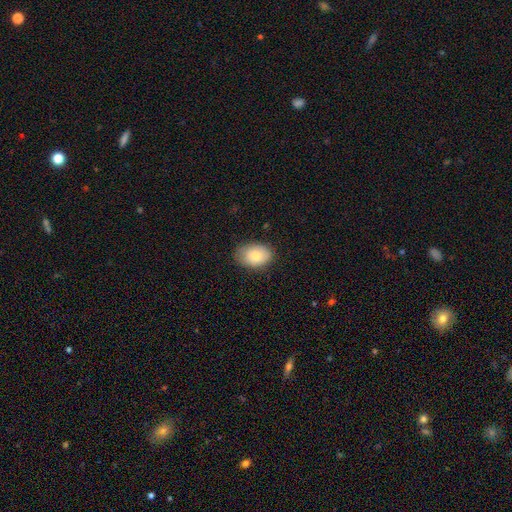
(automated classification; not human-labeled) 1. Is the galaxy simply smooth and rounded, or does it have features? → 80% smooth, 13% featured or disk, 7% star or artifact.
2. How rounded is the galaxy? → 79% in between, 20% round, 1% cigar-shaped.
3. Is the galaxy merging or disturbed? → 80% none, 16% minor disturbance, 3% major disturbance, 1% merger.